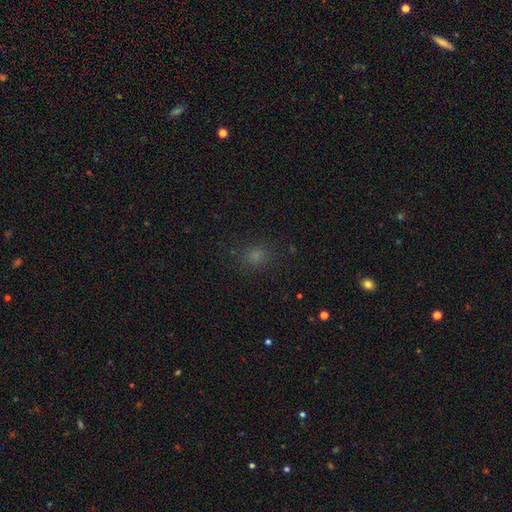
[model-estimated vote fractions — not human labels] Smooth or featured?
  - smooth: 72% *
  - star or artifact: 22%
  - featured or disk: 6%
How rounded?
  - round: 74% *
  - in between: 24%
  - cigar-shaped: 1%
Merging?
  - none: 83% *
  - minor disturbance: 11%
  - major disturbance: 5%
  - merger: 1%